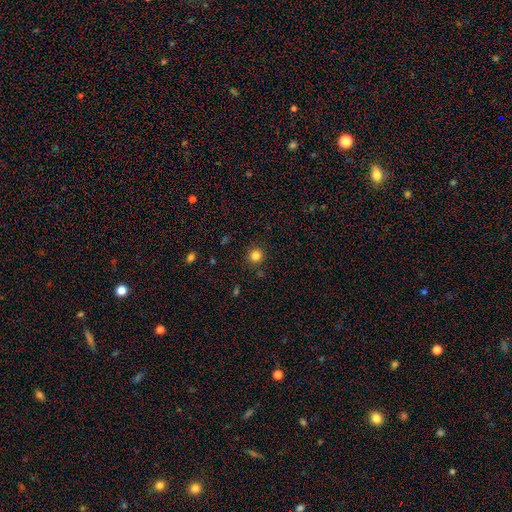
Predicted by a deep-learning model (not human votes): Smooth or featured? Predicted: smooth (p=0.83). How rounded? Predicted: round (p=0.92). Merging? Predicted: none (p=0.89).